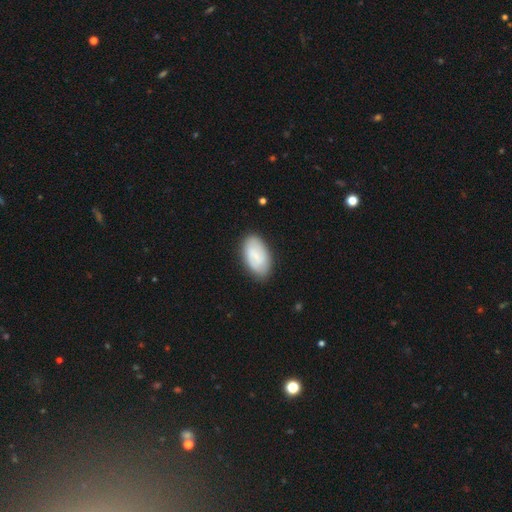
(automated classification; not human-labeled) This is likely a smooth galaxy (66%). How rounded: clearly in between (95%). Merging: clearly none (82%).